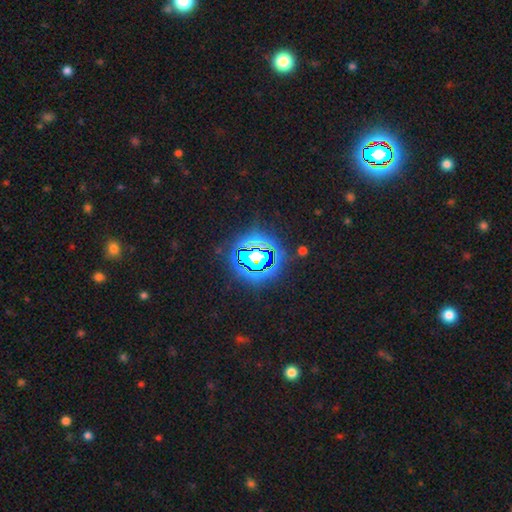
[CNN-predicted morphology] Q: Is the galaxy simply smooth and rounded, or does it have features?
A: star or artifact — 73%.